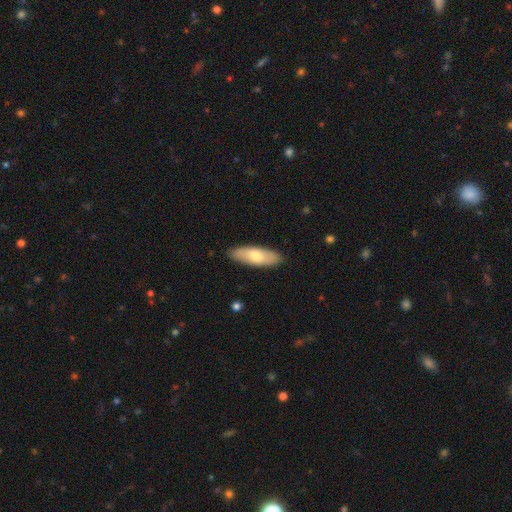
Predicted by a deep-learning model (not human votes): A smooth galaxy with no disk features (72%) that is in between round and cigar-shaped (61%).

Vote fractions:
- Smooth or featured? smooth: 72% / featured or disk: 23% / star or artifact: 5%
- How rounded? in between: 61% / cigar-shaped: 37% / round: 2%
- Merging? none: 88% / minor disturbance: 9% / major disturbance: 2% / merger: 1%